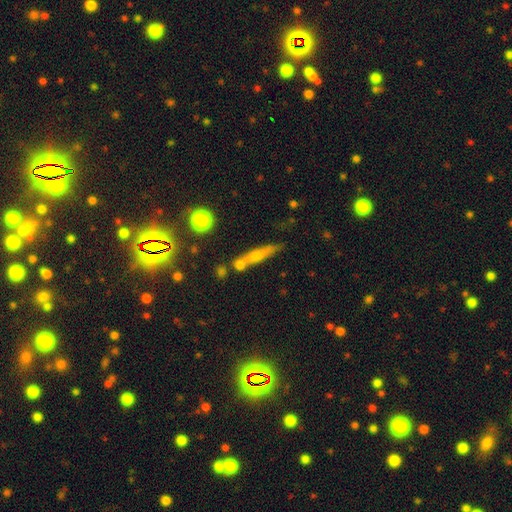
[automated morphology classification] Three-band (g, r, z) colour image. It shows a smooth galaxy with no disk features (41%). Merging: none (66%).